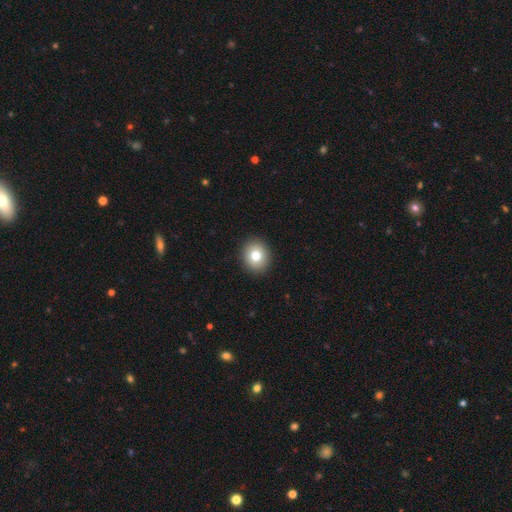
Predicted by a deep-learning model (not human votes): A smooth galaxy with no disk features (78%) that is round (75%).

Vote fractions:
- Smooth or featured? smooth: 78% / featured or disk: 11% / star or artifact: 10%
- How rounded? round: 75% / in between: 24% / cigar-shaped: 1%
- Merging? none: 92% / minor disturbance: 6% / major disturbance: 2% / merger: 1%